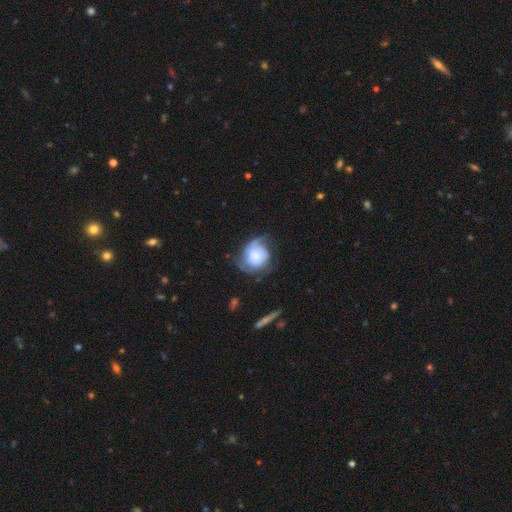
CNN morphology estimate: type=featured or disk (59%); edge-on=no (97%); bar=no (76%); spiral arms=yes (84%); bulge=small (35%); merging=none (43%).